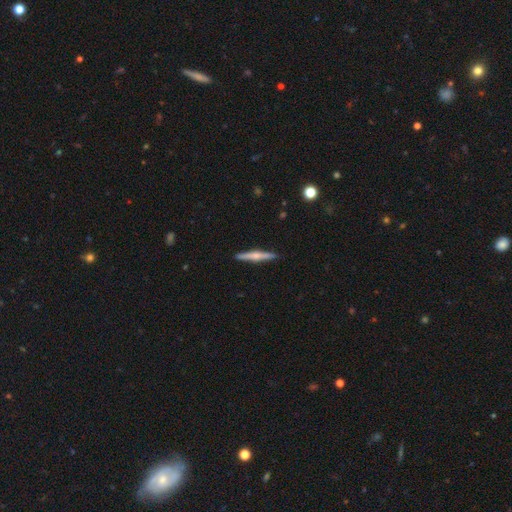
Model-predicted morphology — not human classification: A featured or disk galaxy (60%) viewed edge-on (98%) with a rounded central bulge (82%). Merging: none (91%).